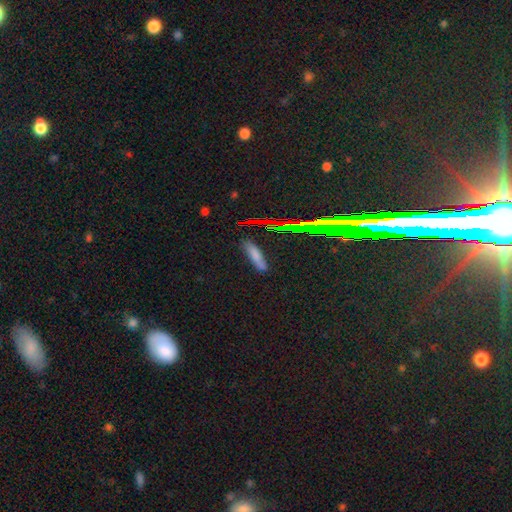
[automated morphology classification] A smooth galaxy with no disk features (70%) that is cigar-shaped (70%). Merging: none (75%).